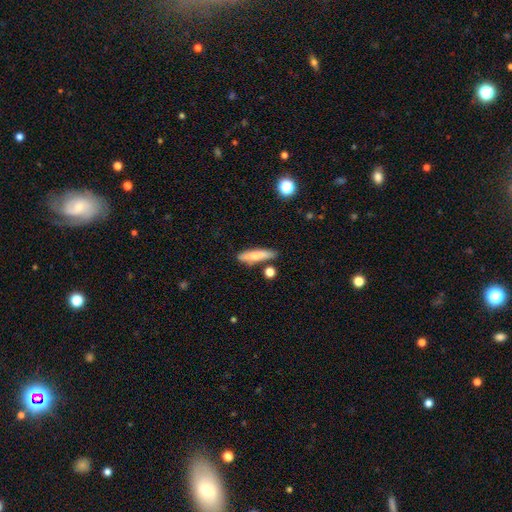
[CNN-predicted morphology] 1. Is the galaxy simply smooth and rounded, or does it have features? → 75% smooth, 18% featured or disk, 7% star or artifact.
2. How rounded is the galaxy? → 77% cigar-shaped, 20% in between, 3% round.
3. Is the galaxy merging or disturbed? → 74% none, 15% minor disturbance, 8% merger, 3% major disturbance.